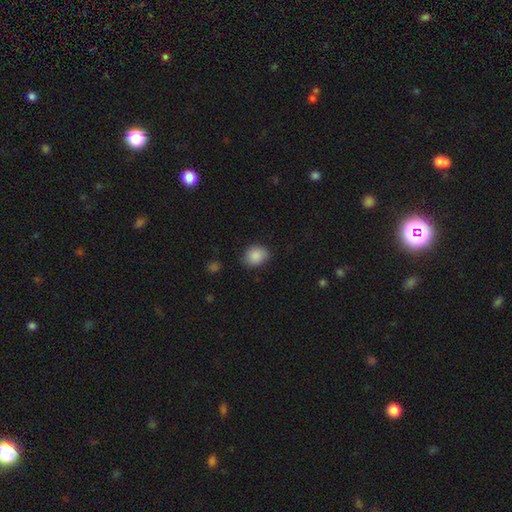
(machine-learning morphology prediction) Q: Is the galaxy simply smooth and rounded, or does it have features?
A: smooth — 88%.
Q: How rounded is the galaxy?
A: round — 50%.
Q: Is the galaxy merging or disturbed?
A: none — 80%.